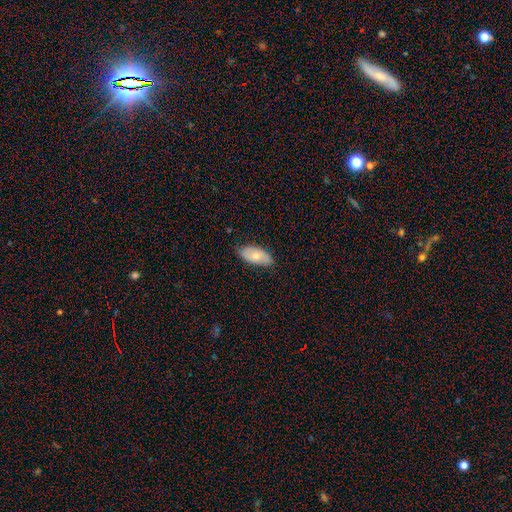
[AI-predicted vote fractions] This appears to be a smooth galaxy with no disk features (62%) that is in between round and cigar-shaped (92%). Merging: none (80%).